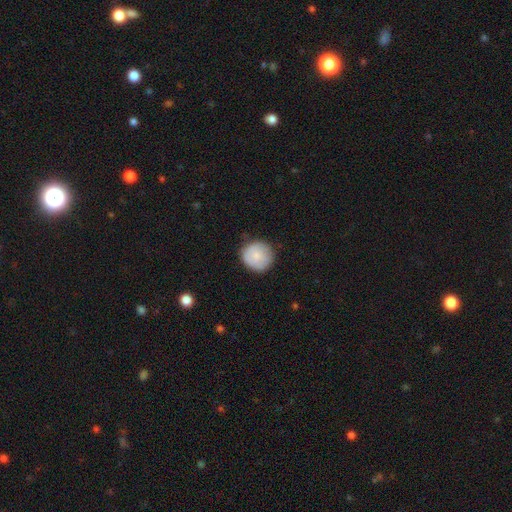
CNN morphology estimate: This is clearly a smooth galaxy (83%). How rounded: clearly round (93%). Merging: clearly none (82%).